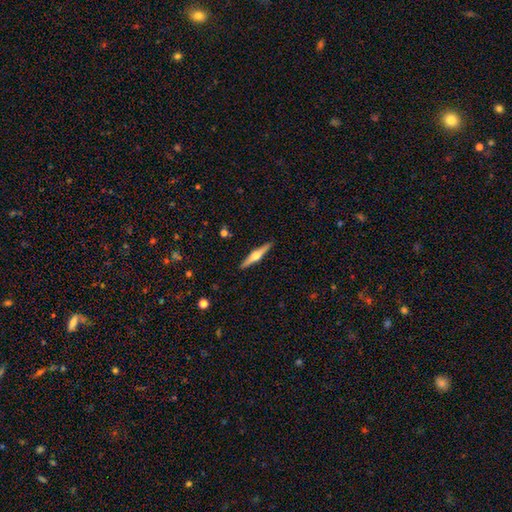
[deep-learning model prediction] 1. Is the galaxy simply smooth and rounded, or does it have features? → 69% featured or disk, 26% smooth, 5% star or artifact.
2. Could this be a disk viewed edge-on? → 98% yes, 2% no.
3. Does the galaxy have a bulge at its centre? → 93% rounded, 4% boxy, 2% none.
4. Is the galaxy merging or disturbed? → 91% none, 6% minor disturbance, 1% major disturbance, 1% merger.